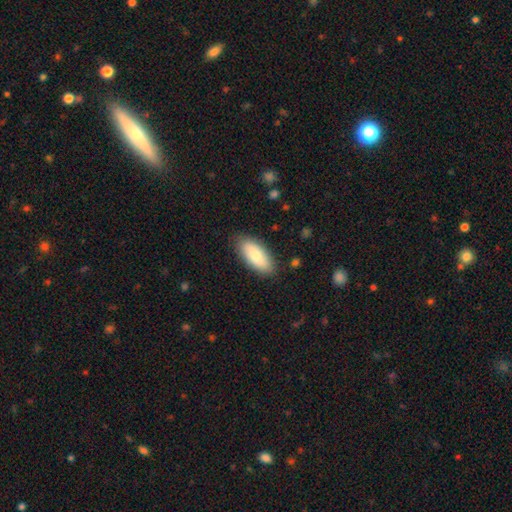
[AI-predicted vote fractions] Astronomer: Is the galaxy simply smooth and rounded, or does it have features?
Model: smooth — 76%.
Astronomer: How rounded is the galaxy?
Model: in between — 89%.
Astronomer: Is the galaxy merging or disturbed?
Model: none — 84%.